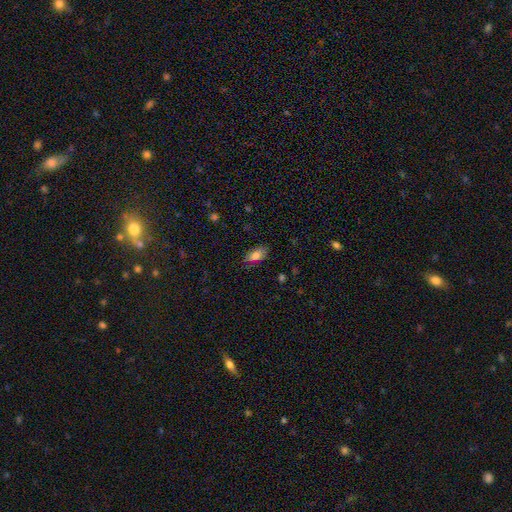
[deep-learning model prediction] Smooth or featured: smooth — 78% (featured or disk — 12%)
How rounded: in between — 89% (cigar-shaped — 7%)
Merging: none — 79% (minor disturbance — 16%)